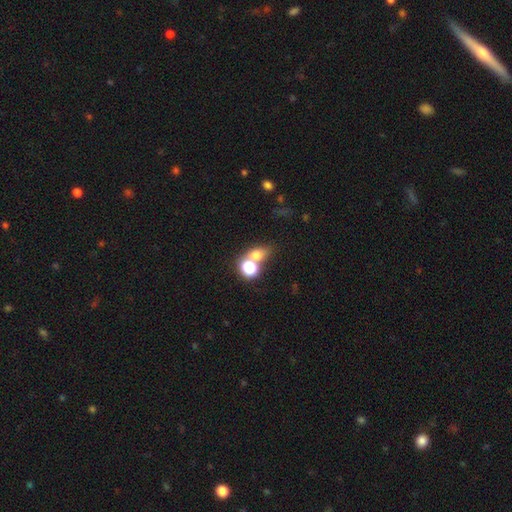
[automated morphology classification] Smooth or featured: smooth — 66% (star or artifact — 23%)
How rounded: round — 49% (in between — 48%)
Merging: none — 47% (merger — 39%)